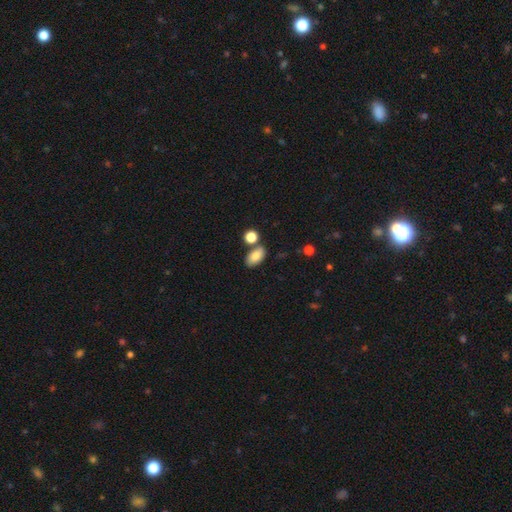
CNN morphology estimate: This appears to be a smooth galaxy with no disk features (84%) that is in between round and cigar-shaped (91%). Merging: none (69%).